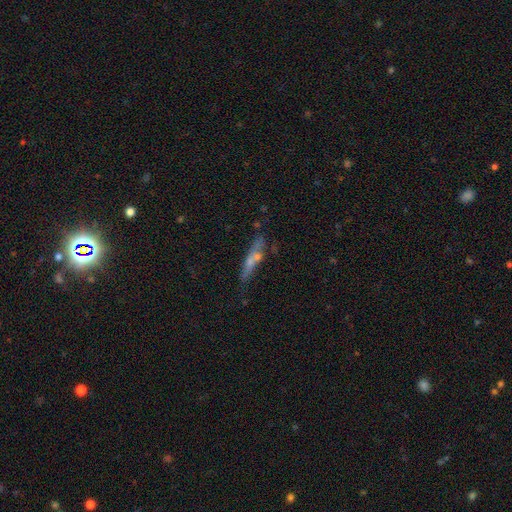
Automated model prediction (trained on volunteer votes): A featured or disk galaxy (46%).

Vote fractions:
- Smooth or featured? featured or disk: 46% / smooth: 41% / star or artifact: 13%
- Merging? none: 62% / minor disturbance: 19% / merger: 11% / major disturbance: 8%